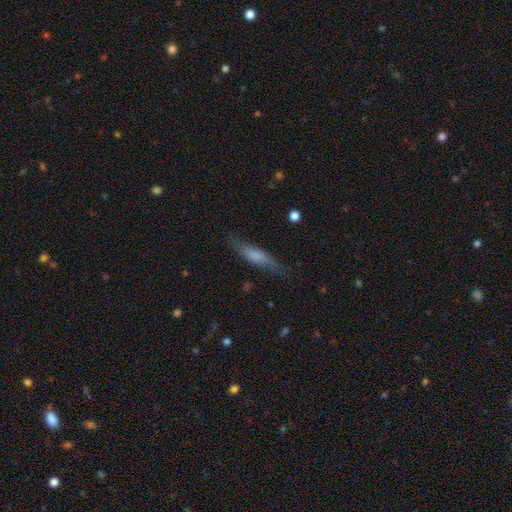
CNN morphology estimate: A smooth galaxy with no disk features (61%) that is cigar-shaped (73%).

Vote fractions:
- Smooth or featured? smooth: 61% / featured or disk: 31% / star or artifact: 8%
- How rounded? cigar-shaped: 73% / in between: 25% / round: 2%
- Merging? none: 72% / minor disturbance: 20% / major disturbance: 6% / merger: 2%